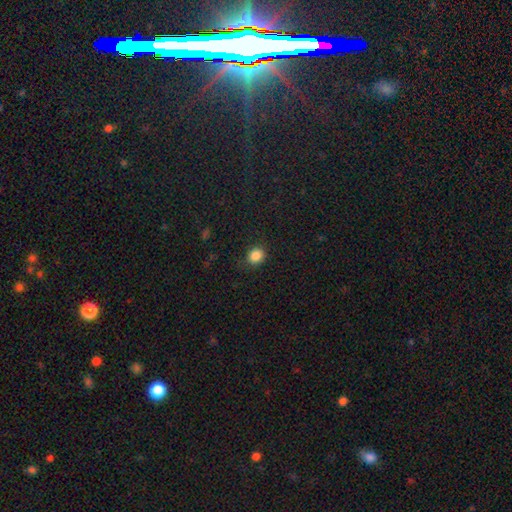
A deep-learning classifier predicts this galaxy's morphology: A smooth galaxy with no disk features (85%) that is round (69%). Merging: none (84%).